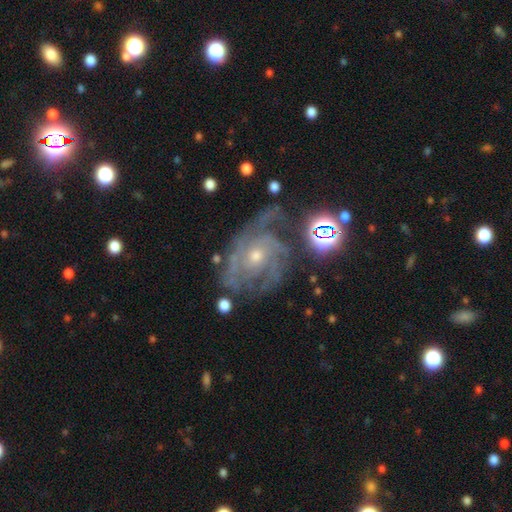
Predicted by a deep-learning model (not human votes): smooth-or-featured: featured or disk: 85% | star or artifact: 9% | smooth: 6%
  disk-edge-on: no: 97% | yes: 3%
    bar: no: 69% | weak: 24% | strong: 7%
    has-spiral-arms: yes: 96% | no: 4%
      spiral-winding: tight: 59% | medium: 33% | loose: 7%
      spiral-arm-count: 3: 28% | can't tell: 24% | 2: 24% | 4: 10% | 1: 6% | more than 4: 6%
    bulge-size: small: 62% | moderate: 35% | none: 1% | large: 1% | dominant: 1%
  merging: none: 61% | minor disturbance: 21% | major disturbance: 13% | merger: 5%